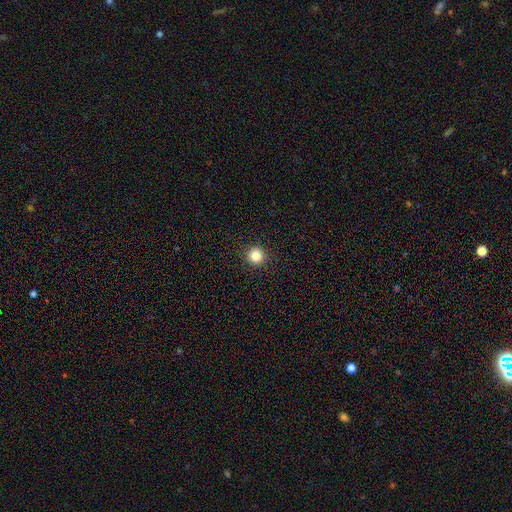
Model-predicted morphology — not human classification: A smooth galaxy with no disk features (84%) that is round (95%). Merging: none (93%).